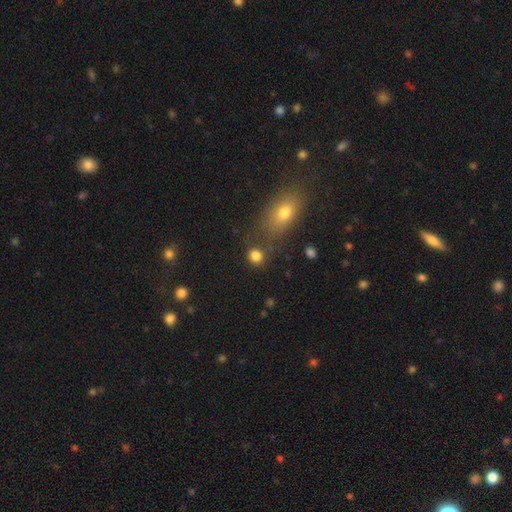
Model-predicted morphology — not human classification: A smooth galaxy with no disk features (83%) that is round (77%).

Vote fractions:
- Smooth or featured? smooth: 83% / star or artifact: 12% / featured or disk: 5%
- How rounded? round: 77% / in between: 21% / cigar-shaped: 1%
- Merging? none: 73% / merger: 11% / minor disturbance: 11% / major disturbance: 5%